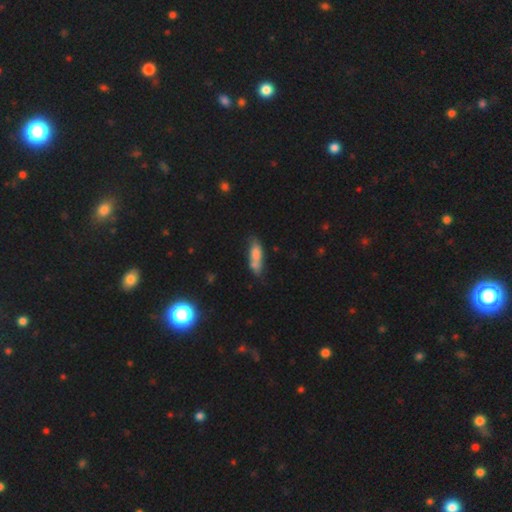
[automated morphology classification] This appears to be a smooth galaxy with no disk features (72%) that is in between round and cigar-shaped (49%). Merging: none (47%).